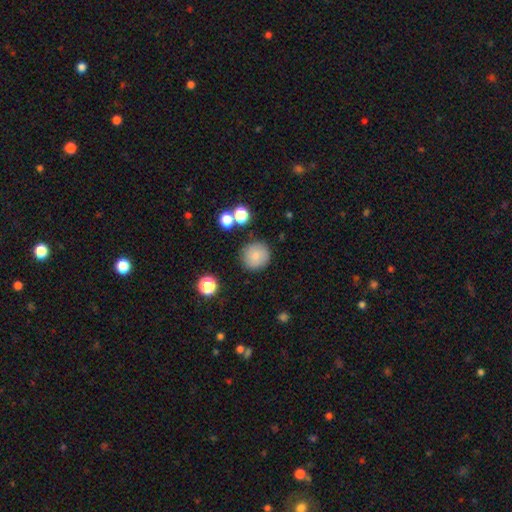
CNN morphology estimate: Smooth or featured: smooth — 80% (star or artifact — 10%)
How rounded: round — 93% (in between — 6%)
Merging: none — 85% (minor disturbance — 9%)